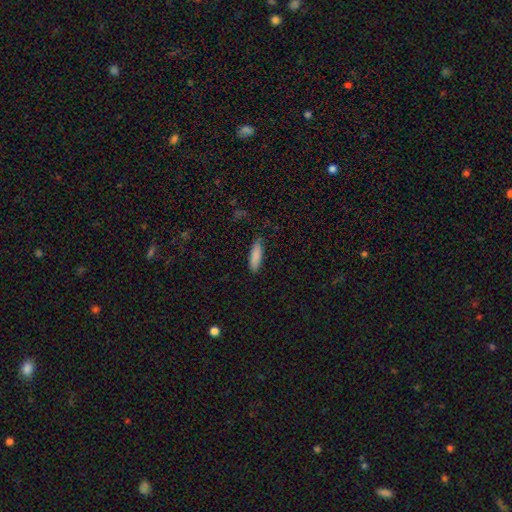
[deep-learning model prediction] smooth 87%, star or artifact 7%, featured or disk 6%. Down the decision tree: how rounded — cigar-shaped (52%); merging — none (83%).